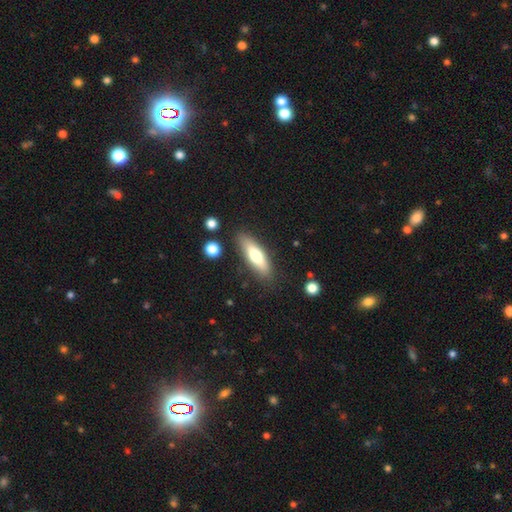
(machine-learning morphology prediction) Smooth or featured: smooth — 64% (featured or disk — 30%)
How rounded: cigar-shaped — 54% (in between — 44%)
Merging: none — 84% (minor disturbance — 11%)